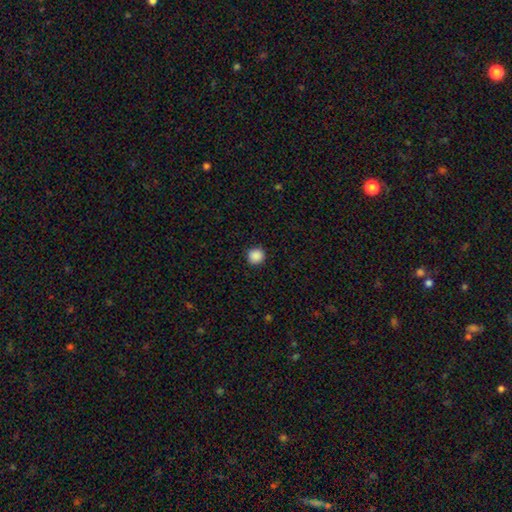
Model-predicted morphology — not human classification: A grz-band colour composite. It shows a smooth galaxy with no disk features (88%) that is round (94%). Merging: none (92%).